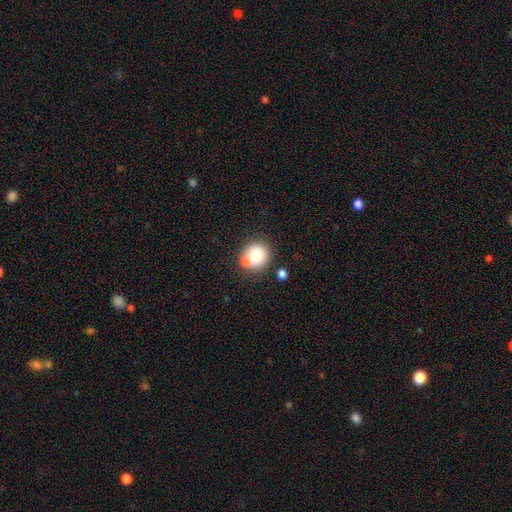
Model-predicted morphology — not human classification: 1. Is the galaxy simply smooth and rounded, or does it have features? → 77% smooth, 13% featured or disk, 10% star or artifact.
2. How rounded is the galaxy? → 88% round, 11% in between, 1% cigar-shaped.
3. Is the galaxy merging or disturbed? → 61% none, 24% merger, 11% minor disturbance, 4% major disturbance.